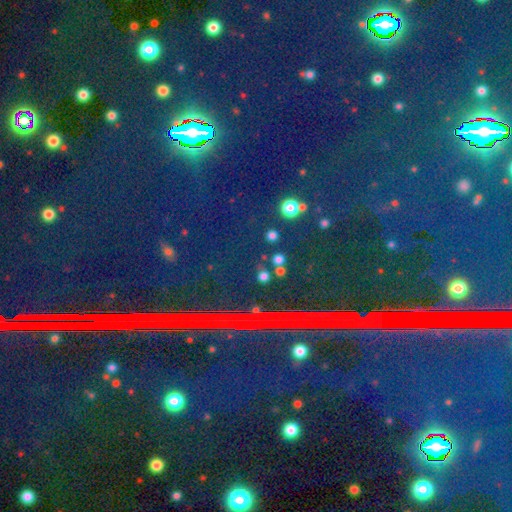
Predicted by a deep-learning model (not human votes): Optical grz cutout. It shows a star or artifact, not a galaxy (85%).